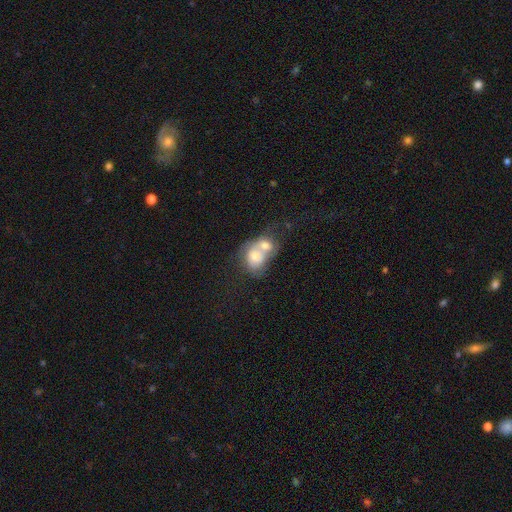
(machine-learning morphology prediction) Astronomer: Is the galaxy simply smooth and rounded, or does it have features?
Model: smooth — 67%.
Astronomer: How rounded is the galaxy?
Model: round — 52% (runner-up: in between, 47%).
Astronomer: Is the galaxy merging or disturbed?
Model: merger — 78%.